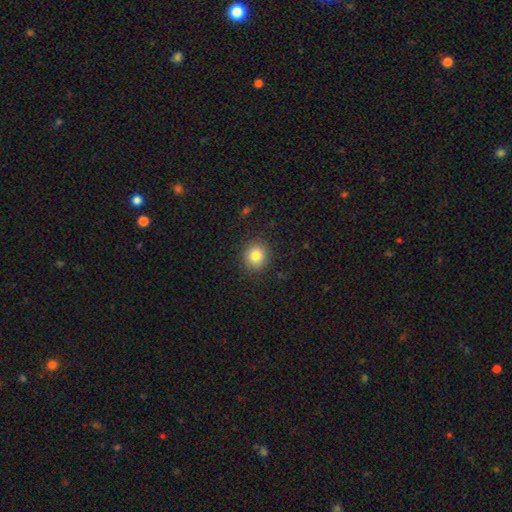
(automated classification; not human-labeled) A smooth galaxy with no disk features (82%) that is round (84%).

Vote fractions:
- Smooth or featured? smooth: 82% / star or artifact: 11% / featured or disk: 7%
- How rounded? round: 84% / in between: 15% / cigar-shaped: 1%
- Merging? none: 89% / minor disturbance: 7% / major disturbance: 2% / merger: 1%